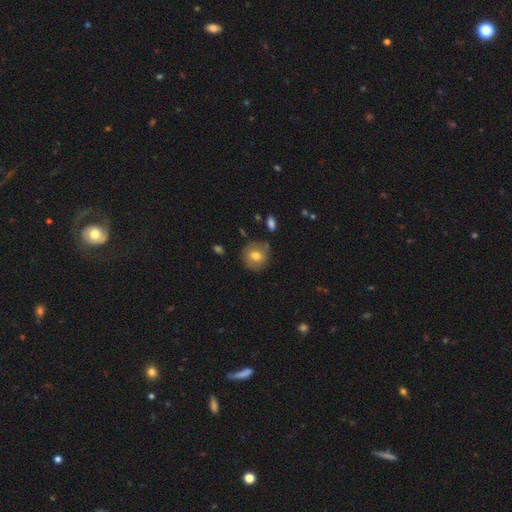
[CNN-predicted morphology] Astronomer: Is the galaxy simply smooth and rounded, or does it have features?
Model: smooth — 71%.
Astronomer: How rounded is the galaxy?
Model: round — 87%.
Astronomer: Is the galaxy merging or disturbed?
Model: none — 79%.